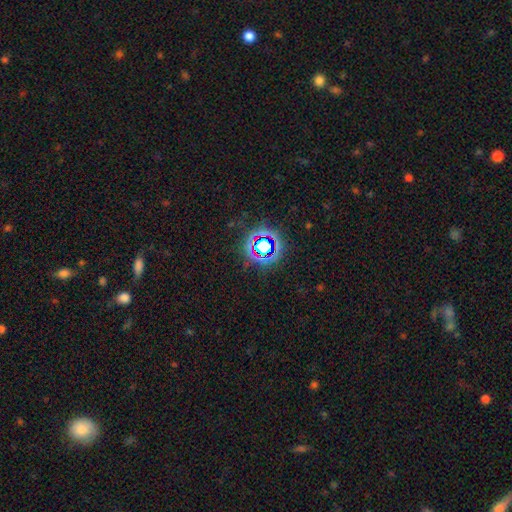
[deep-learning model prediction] The model was most divided on "smooth or featured": star or artifact: 61%, smooth: 30%, featured or disk: 9%.